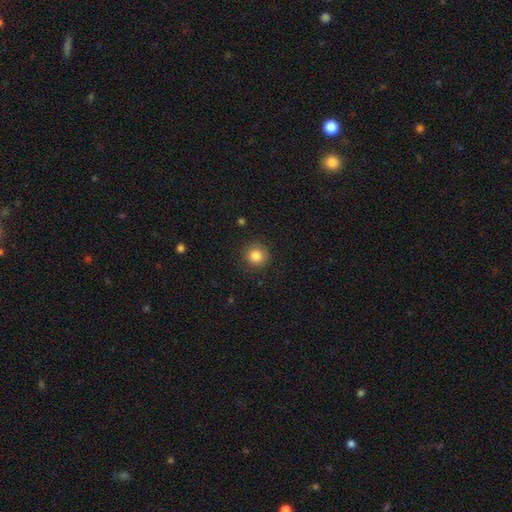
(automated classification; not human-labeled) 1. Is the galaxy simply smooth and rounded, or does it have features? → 84% smooth, 10% star or artifact, 5% featured or disk.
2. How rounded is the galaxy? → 93% round, 6% in between, 1% cigar-shaped.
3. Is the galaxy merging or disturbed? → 88% none, 8% minor disturbance, 3% major disturbance, 1% merger.